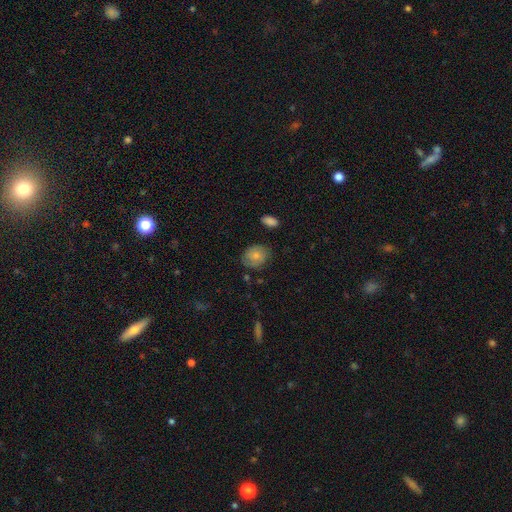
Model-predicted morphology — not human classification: Smooth or featured?
  - smooth: 68% *
  - featured or disk: 24%
  - star or artifact: 8%
How rounded?
  - in between: 50% *
  - round: 49%
  - cigar-shaped: 1%
Merging?
  - none: 73% *
  - minor disturbance: 20%
  - major disturbance: 5%
  - merger: 2%